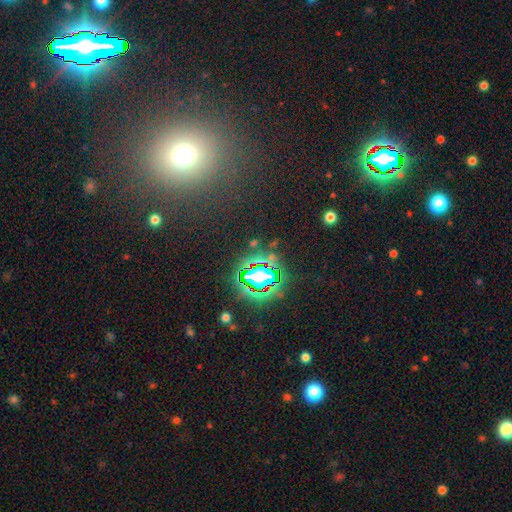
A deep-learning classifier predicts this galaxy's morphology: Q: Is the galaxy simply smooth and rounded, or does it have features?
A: star or artifact — 73%.